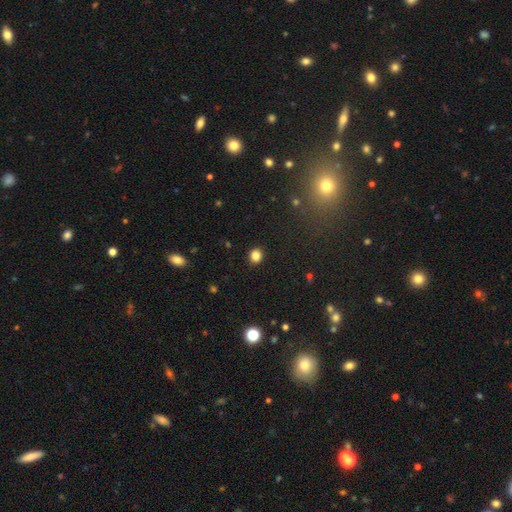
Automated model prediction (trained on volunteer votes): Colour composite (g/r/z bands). It shows a smooth galaxy with no disk features (84%) that is round (79%). Merging: none (91%).